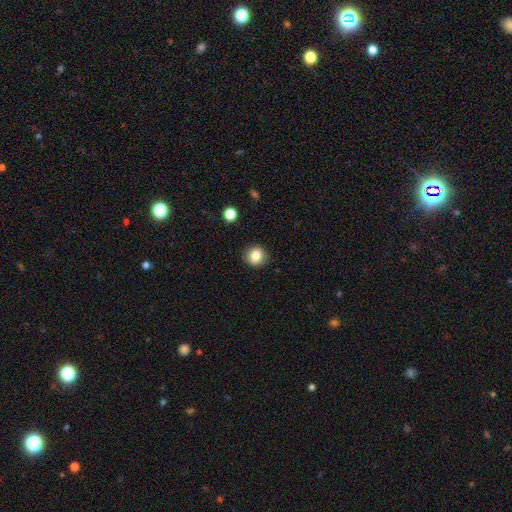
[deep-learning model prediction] Smooth or featured? smooth (81%)
How rounded? round (80%)
Merging? none (89%)